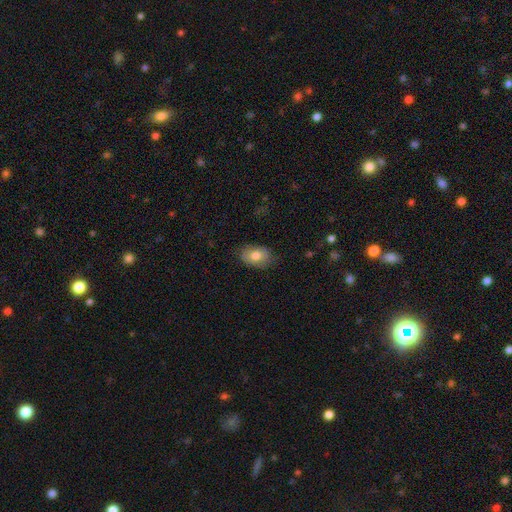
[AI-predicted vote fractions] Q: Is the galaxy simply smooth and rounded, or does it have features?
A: smooth — 76%.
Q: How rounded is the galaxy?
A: in between — 86%.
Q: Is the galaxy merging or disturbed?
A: none — 76%.